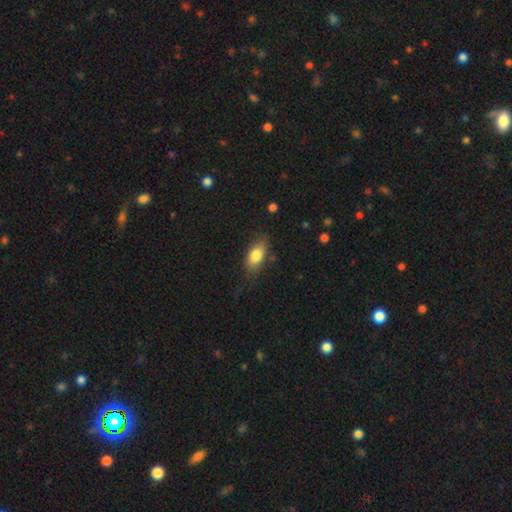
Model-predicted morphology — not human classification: A smooth galaxy with no disk features (81%) that is in between round and cigar-shaped (88%). Merging: none (72%).